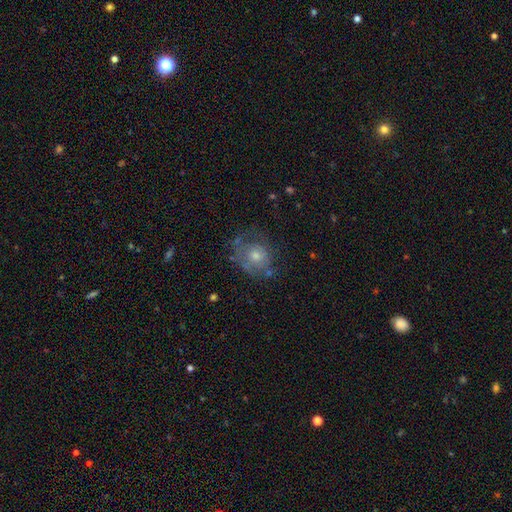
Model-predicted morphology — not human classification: A featured or disk galaxy (46%).

Vote fractions:
- Smooth or featured? featured or disk: 46% / smooth: 41% / star or artifact: 13%
- Merging? none: 57% / minor disturbance: 23% / major disturbance: 17% / merger: 3%